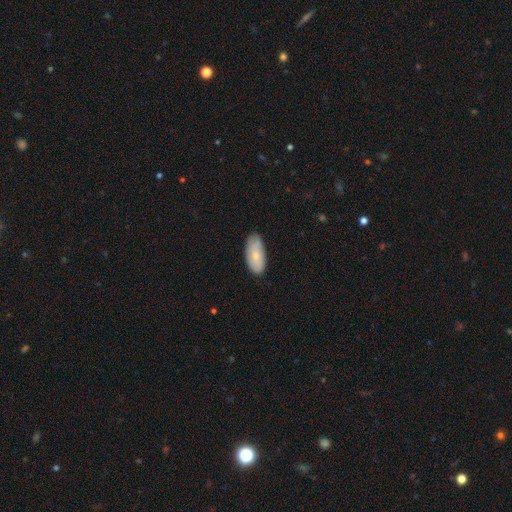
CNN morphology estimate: smooth_or_featured: smooth (p=0.72) [alt: featured or disk p=0.22]
how_rounded: in between (p=0.89) [alt: cigar-shaped p=0.09]
merging: none (p=0.77) [alt: minor disturbance p=0.18]